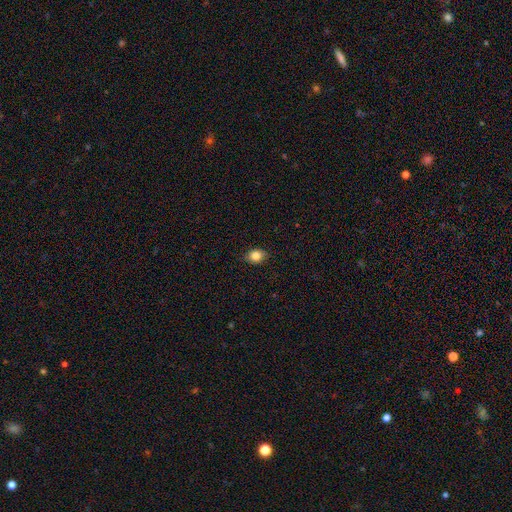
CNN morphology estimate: type=smooth (83%); roundness=in between (60%); merging=none (86%).